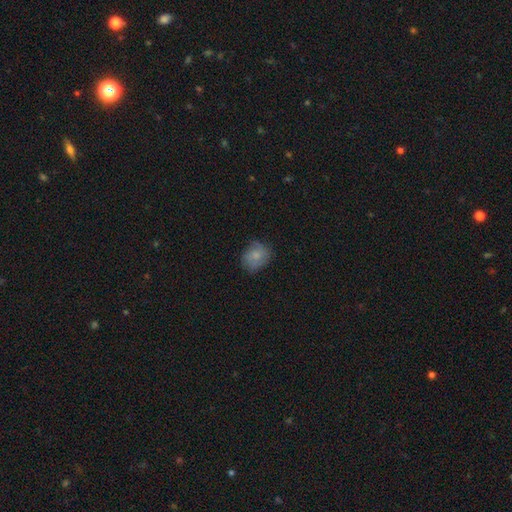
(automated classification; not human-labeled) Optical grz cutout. It shows a smooth galaxy with no disk features (72%) that is round (58%). Merging: none (67%).